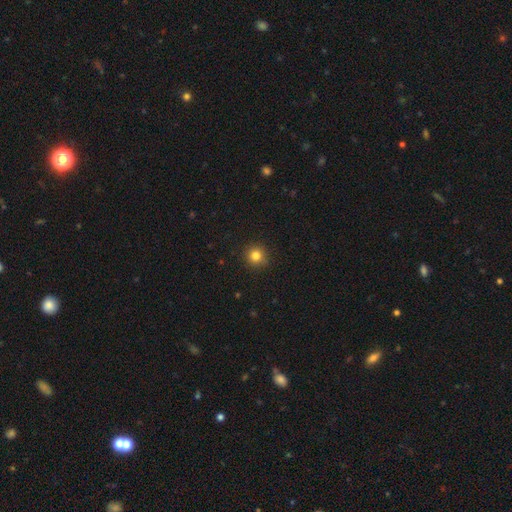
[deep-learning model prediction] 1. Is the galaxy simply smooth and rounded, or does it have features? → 82% smooth, 13% star or artifact, 5% featured or disk.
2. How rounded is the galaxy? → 95% round, 4% in between, 1% cigar-shaped.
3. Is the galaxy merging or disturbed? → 92% none, 5% minor disturbance, 2% major disturbance, 1% merger.